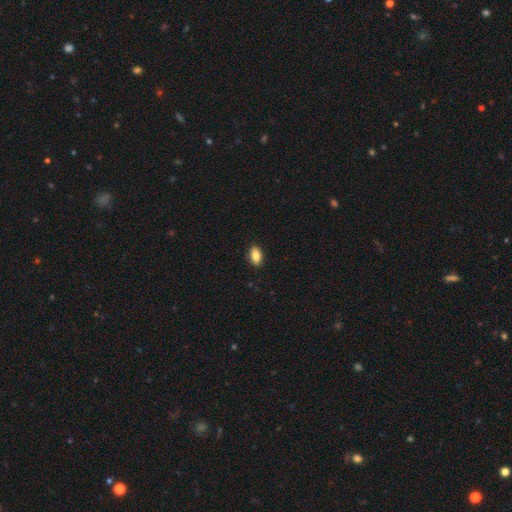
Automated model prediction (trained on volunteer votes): Smooth or featured? Predicted: smooth (p=0.81). How rounded? Predicted: in between (p=0.89). Merging? Predicted: none (p=0.88).